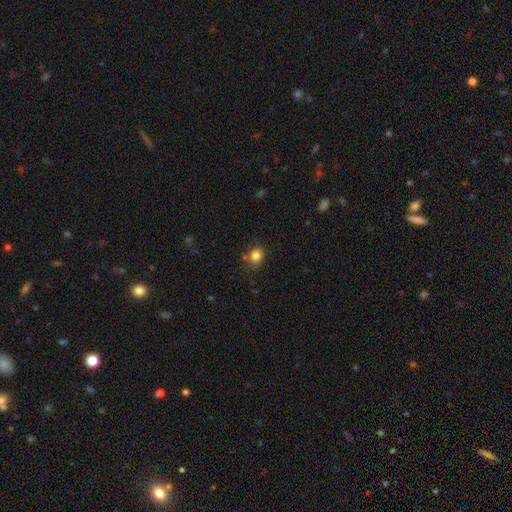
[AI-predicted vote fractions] smooth-or-featured: smooth: 83% | star or artifact: 12% | featured or disk: 6%
  how-rounded: round: 66% | in between: 33% | cigar-shaped: 1%
  merging: none: 76% | minor disturbance: 14% | merger: 6% | major disturbance: 4%